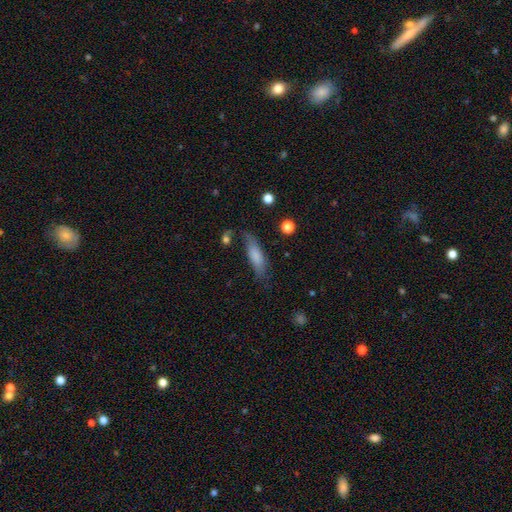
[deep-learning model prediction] This is likely a smooth galaxy (74%). How rounded: possibly in between (49%). Merging: possibly none (59%).